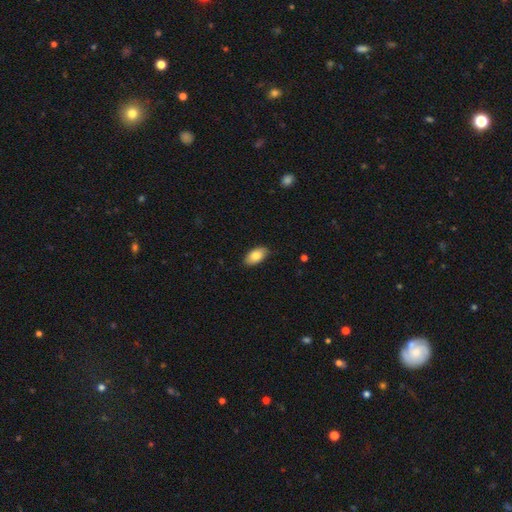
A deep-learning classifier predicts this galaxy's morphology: The model was most divided on "smooth or featured": smooth: 82%, featured or disk: 11%, star or artifact: 7%. More confident: how rounded — in between (94%); merging — none (85%).